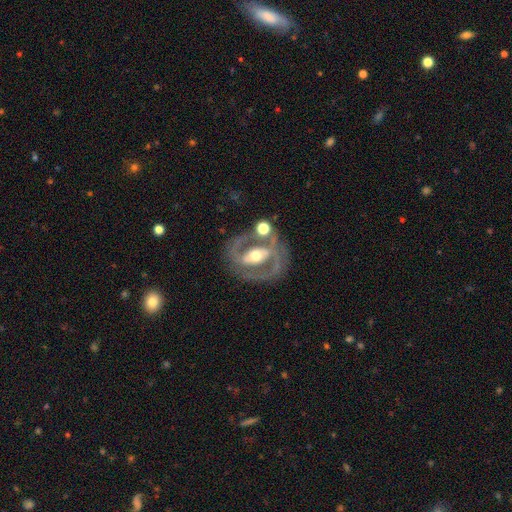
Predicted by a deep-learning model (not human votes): Q: Smooth or featured?
A: featured or disk (83%); runner-up: smooth (11%)
Q: Edge-on disk?
A: no (95%); runner-up: yes (5%)
Q: Bar?
A: strong (50%); runner-up: weak (28%)
Q: Spiral arms?
A: yes (74%); runner-up: no (26%)
Q: Spiral winding?
A: medium (48%); runner-up: tight (35%)
Q: Spiral arm count?
A: 2 (83%); runner-up: can't tell (8%)
Q: Bulge size?
A: moderate (71%); runner-up: small (17%)
Q: Merging?
A: none (68%); runner-up: minor disturbance (15%)